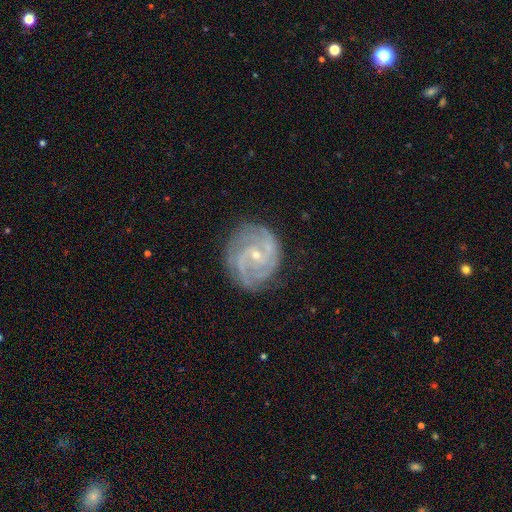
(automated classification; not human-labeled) A featured or disk galaxy (89%) with no bar (53%), 2 (40%) tight (55%) spiral arms (97%) and a small central bulge (76%).

Vote fractions:
- Smooth or featured? featured or disk: 89% / smooth: 6% / star or artifact: 5%
- Edge-on disk? no: 98% / yes: 2%
- Bar? no: 53% / weak: 38% / strong: 9%
- Spiral arms? yes: 97% / no: 3%
- Spiral winding? tight: 55% / medium: 38% / loose: 7%
- Spiral arm count? 2: 40% / 3: 26% / can't tell: 15% / 4: 8% / 1: 5% / more than 4: 5%
- Bulge size? small: 76% / moderate: 21% / none: 1% / large: 1% / dominant: 1%
- Merging? none: 77% / minor disturbance: 16% / major disturbance: 5% / merger: 1%